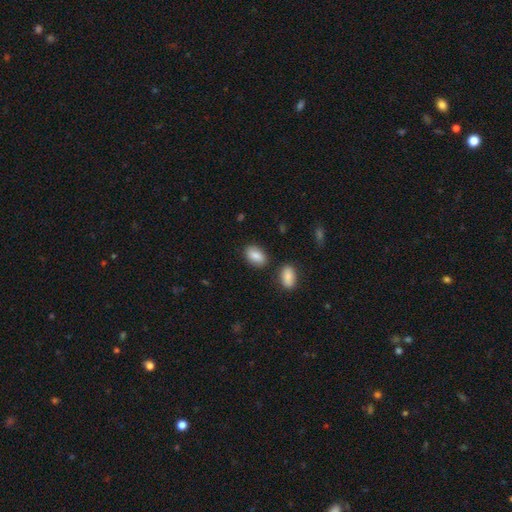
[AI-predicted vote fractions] Smooth or featured: smooth — 87% (featured or disk — 7%)
How rounded: in between — 91% (round — 7%)
Merging: none — 79% (minor disturbance — 12%)